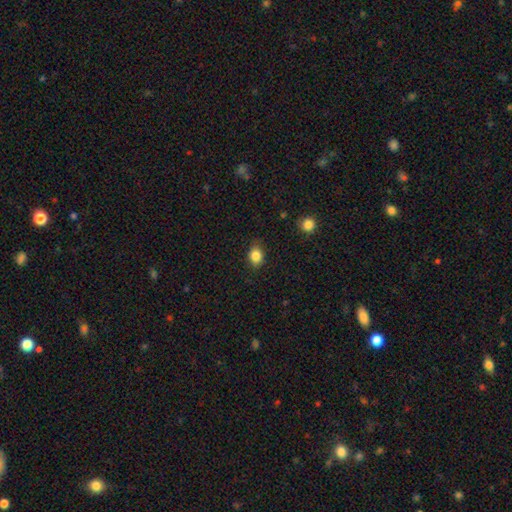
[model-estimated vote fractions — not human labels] A smooth galaxy with no disk features (85%) that is in between round and cigar-shaped (53%).

Vote fractions:
- Smooth or featured? smooth: 85% / star or artifact: 10% / featured or disk: 5%
- How rounded? in between: 53% / round: 46% / cigar-shaped: 1%
- Merging? none: 80% / minor disturbance: 15% / major disturbance: 3% / merger: 1%